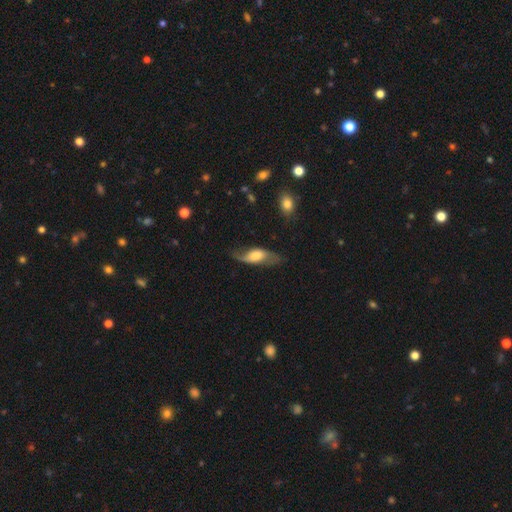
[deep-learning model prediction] Smooth or featured: featured or disk — 53% (smooth — 40%)
Edge-on disk: no — 77% (yes — 23%)
Merging: none — 56% (minor disturbance — 25%)